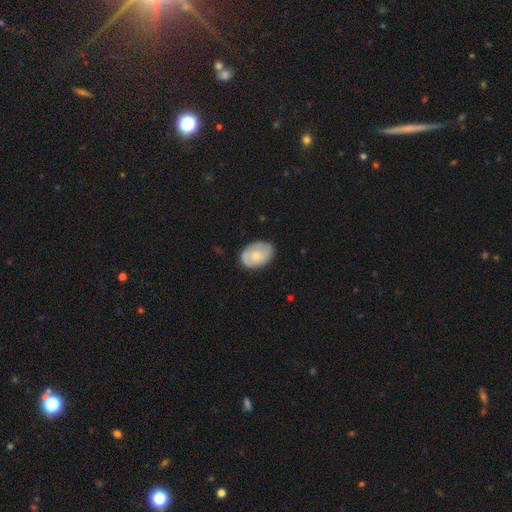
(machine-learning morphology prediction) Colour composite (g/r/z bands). It shows a smooth galaxy with no disk features (57%) that is in between round and cigar-shaped (82%). Merging: none (71%).